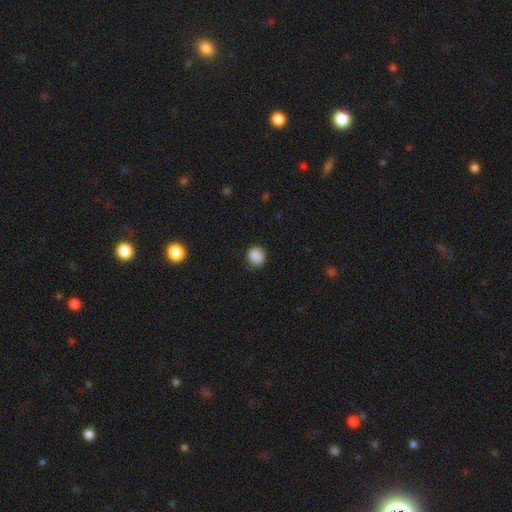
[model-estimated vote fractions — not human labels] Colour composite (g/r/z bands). It shows a smooth galaxy with no disk features (87%) that is round (83%). Merging: none (82%).